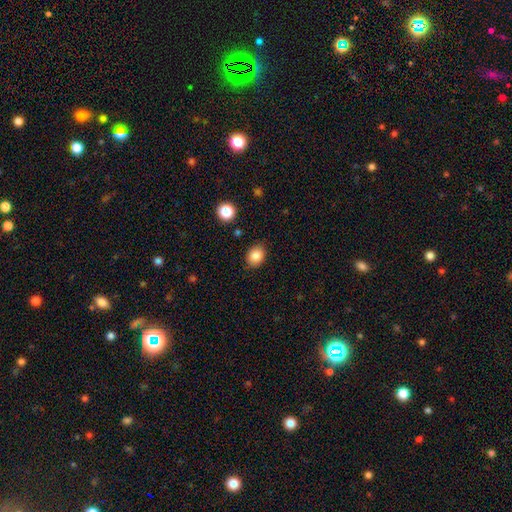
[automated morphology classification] This appears to be a smooth galaxy with no disk features (87%) that is in between round and cigar-shaped (61%). Merging: none (83%).